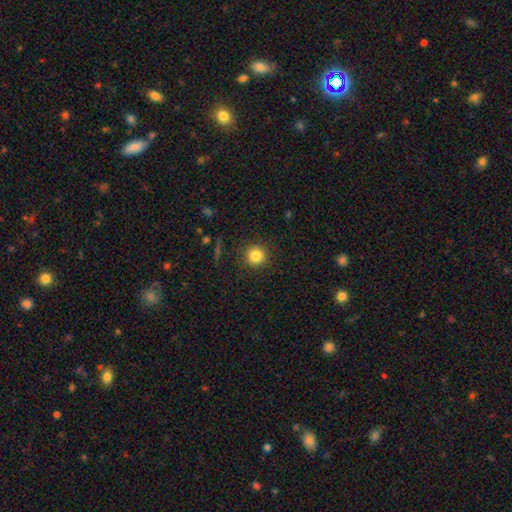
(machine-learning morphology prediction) Smooth or featured: smooth — 83% (star or artifact — 11%)
How rounded: round — 94% (in between — 5%)
Merging: none — 90% (minor disturbance — 7%)